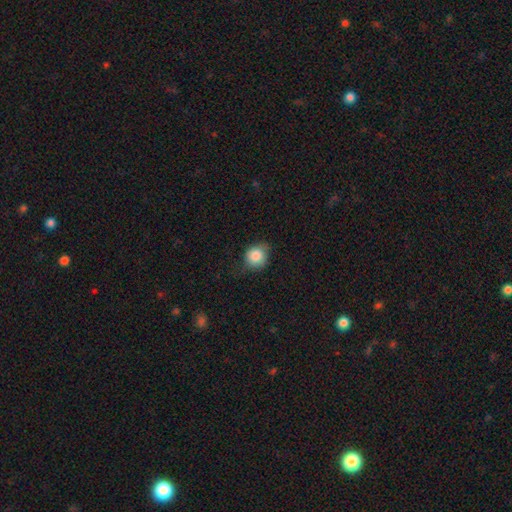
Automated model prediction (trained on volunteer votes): Overall: smooth (84%). How rounded: round (75%). Merging: none (63%; minor disturbance 28%).